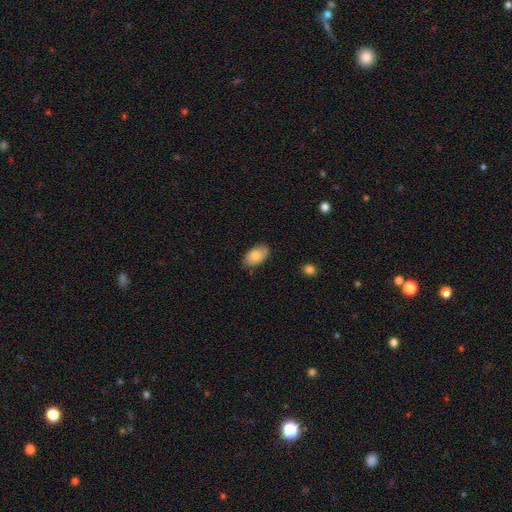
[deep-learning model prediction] This is clearly a smooth galaxy (80%). How rounded: clearly in between (94%). Merging: clearly none (81%).